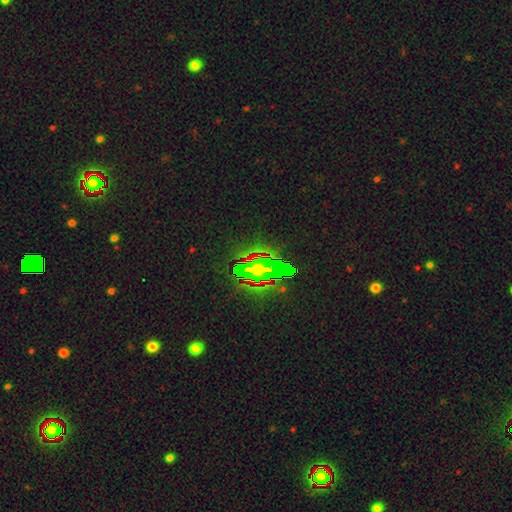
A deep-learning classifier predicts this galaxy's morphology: A star or artifact, not a galaxy (69%).

Vote fractions:
- Smooth or featured? star or artifact: 69% / featured or disk: 15% / smooth: 15%